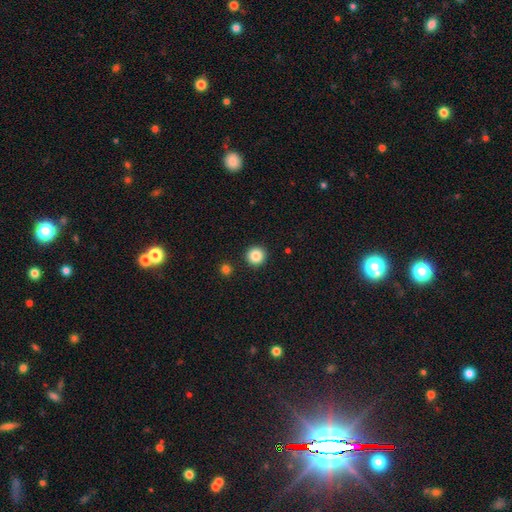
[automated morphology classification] Q: Smooth or featured?
A: smooth (86%); runner-up: star or artifact (10%)
Q: How rounded?
A: round (95%); runner-up: in between (4%)
Q: Merging?
A: none (92%); runner-up: minor disturbance (5%)